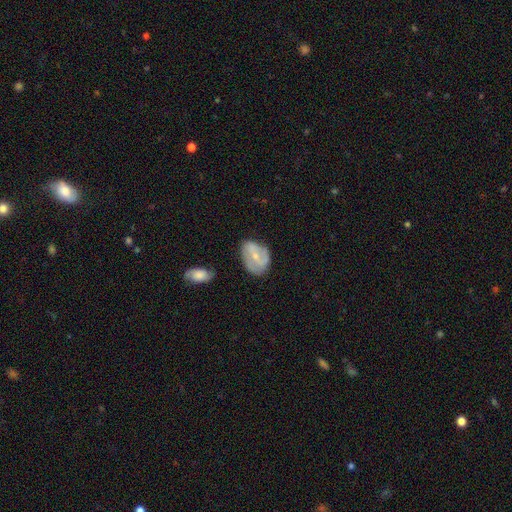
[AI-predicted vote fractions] Overall: featured or disk (58%; smooth 35%). Edge-on disk: no (95%). Bar: weak (43%; no 33%). Spiral arms: yes (73%). Bulge size: small (59%; moderate 36%). Merging: none (62%; minor disturbance 27%).